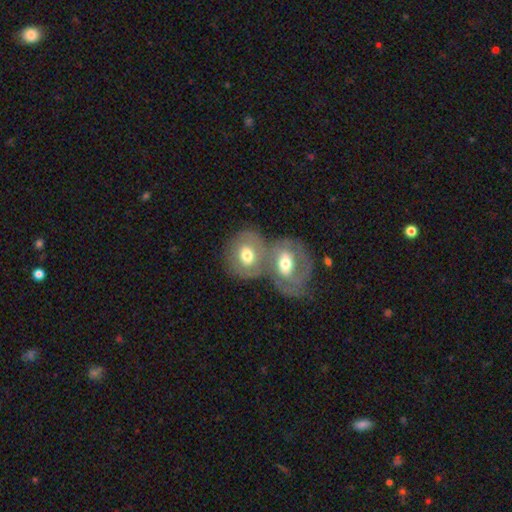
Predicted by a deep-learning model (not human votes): A featured or disk galaxy (43%). Merging: merger (53%).